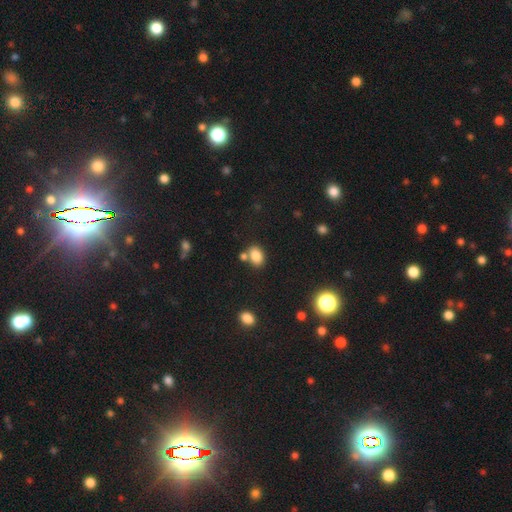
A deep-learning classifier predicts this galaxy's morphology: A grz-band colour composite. It shows a smooth galaxy with no disk features (83%) that is in between round and cigar-shaped (75%). Merging: none (61%).